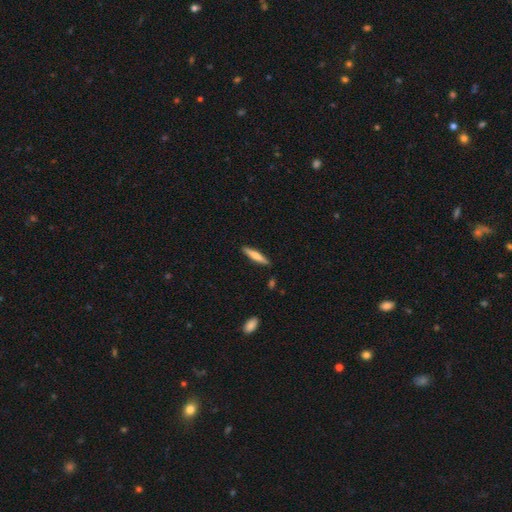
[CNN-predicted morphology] smooth_or_featured: smooth (p=0.64) [alt: featured or disk p=0.31]
how_rounded: cigar-shaped (p=0.89) [alt: in between p=0.09]
merging: none (p=0.89) [alt: minor disturbance p=0.08]